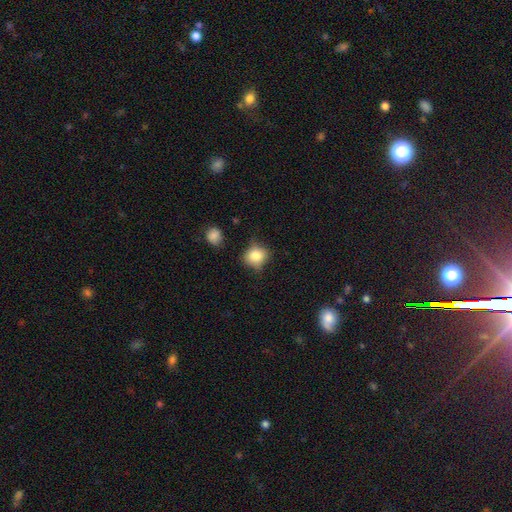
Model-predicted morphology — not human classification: Smooth or featured?
  - smooth: 78% *
  - featured or disk: 11%
  - star or artifact: 11%
How rounded?
  - round: 77% *
  - in between: 22%
  - cigar-shaped: 1%
Merging?
  - none: 69% *
  - minor disturbance: 23%
  - major disturbance: 6%
  - merger: 2%